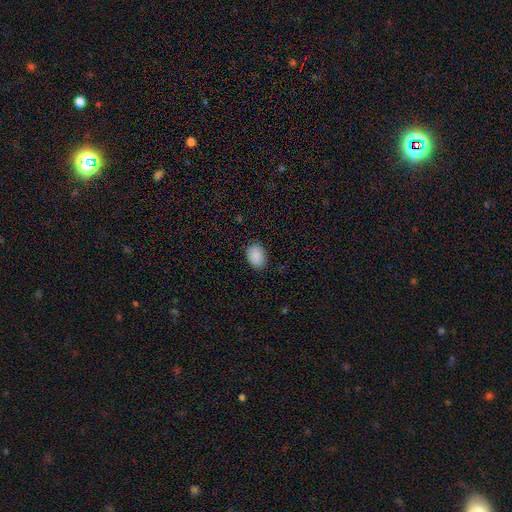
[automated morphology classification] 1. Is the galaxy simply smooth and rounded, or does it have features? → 89% smooth, 8% star or artifact, 3% featured or disk.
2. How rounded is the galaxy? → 74% in between, 25% round, 1% cigar-shaped.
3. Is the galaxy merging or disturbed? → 85% none, 11% minor disturbance, 2% major disturbance, 1% merger.